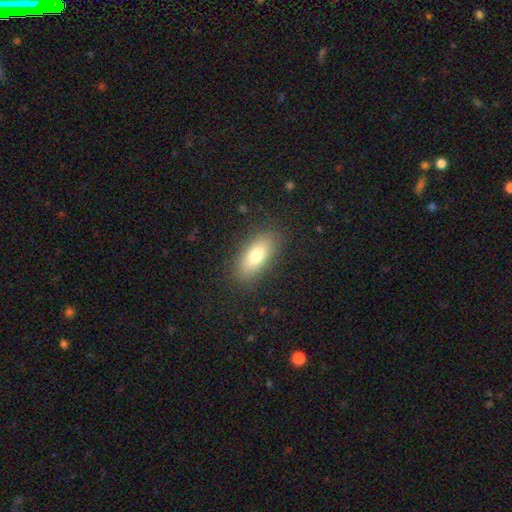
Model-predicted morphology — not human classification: smooth_or_featured: smooth (p=0.77) [alt: featured or disk p=0.16]
how_rounded: in between (p=0.83) [alt: cigar-shaped p=0.14]
merging: none (p=0.86) [alt: minor disturbance p=0.10]